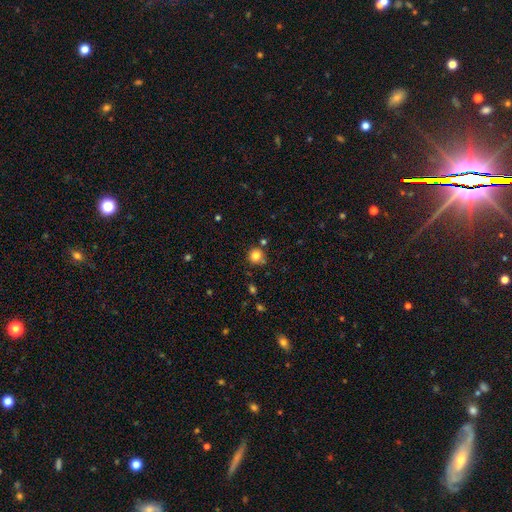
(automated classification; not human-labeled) smooth 82%, star or artifact 12%, featured or disk 6%. Down the decision tree: how rounded — round (92%); merging — none (76%).